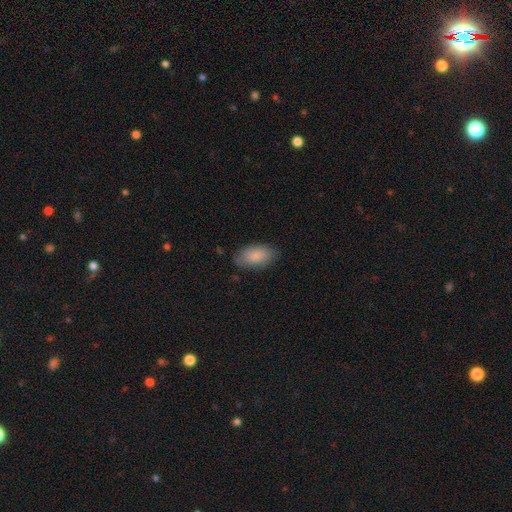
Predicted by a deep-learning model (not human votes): smooth 85%, featured or disk 9%, star or artifact 6%. Down the decision tree: how rounded — in between (93%); merging — none (80%).